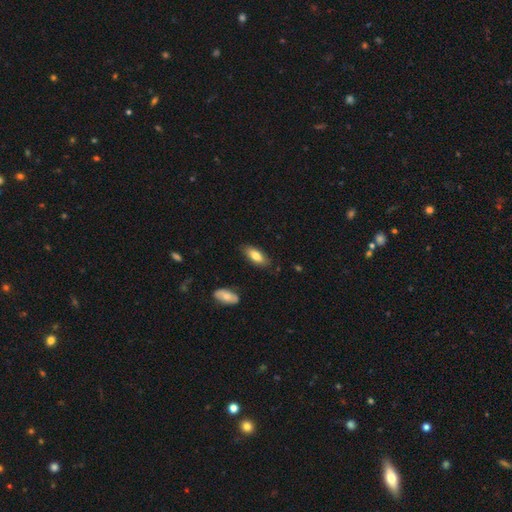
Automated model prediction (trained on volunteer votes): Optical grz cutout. It shows a smooth galaxy with no disk features (79%) that is in between round and cigar-shaped (81%). Merging: none (84%).